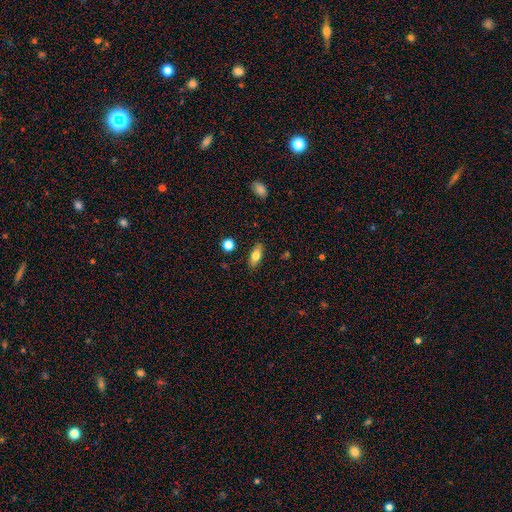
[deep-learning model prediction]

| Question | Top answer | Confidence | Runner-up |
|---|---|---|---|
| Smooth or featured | smooth | 72% | featured or disk (21%) |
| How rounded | in between | 77% | cigar-shaped (19%) |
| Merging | none | 86% | minor disturbance (10%) |